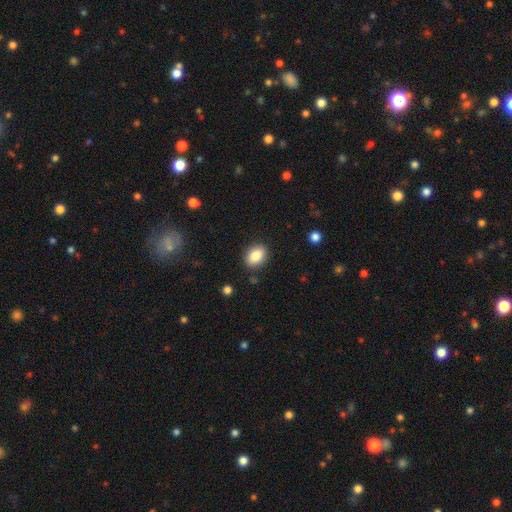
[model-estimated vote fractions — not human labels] Q: Smooth or featured?
A: smooth (86%); runner-up: star or artifact (8%)
Q: How rounded?
A: in between (76%); runner-up: round (22%)
Q: Merging?
A: none (87%); runner-up: minor disturbance (9%)